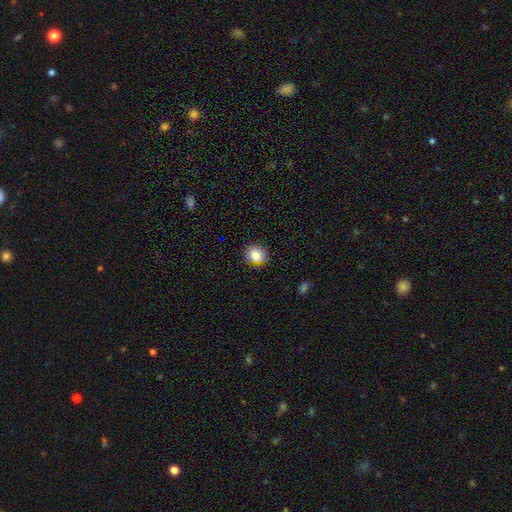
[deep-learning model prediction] This appears to be a smooth galaxy with no disk features (85%) that is round (64%). Merging: none (84%).